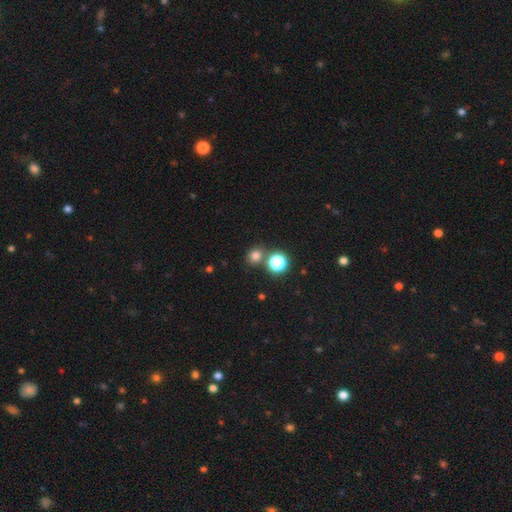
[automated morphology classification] smooth 75%, star or artifact 20%, featured or disk 6%. Down the decision tree: how rounded — round (82%); merging — none (71%).